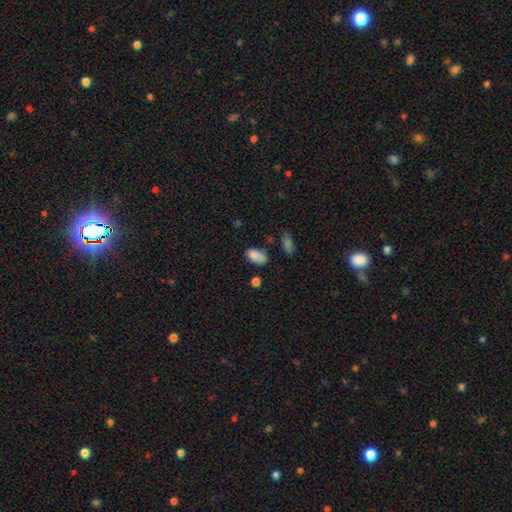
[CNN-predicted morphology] Smooth or featured? smooth (82%)
How rounded? in between (91%)
Merging? none (53%)